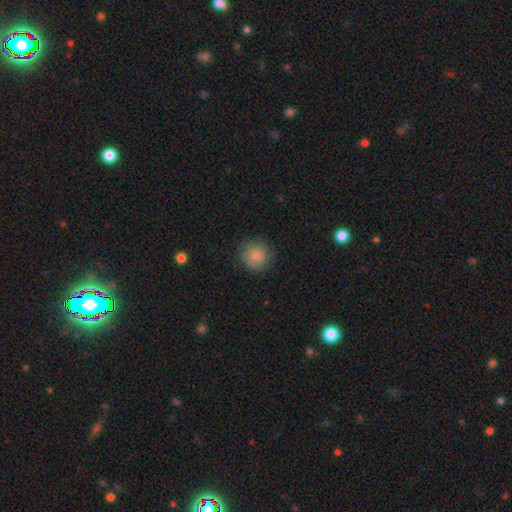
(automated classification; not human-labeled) Overall: smooth (85%). How rounded: round (92%). Merging: none (84%).